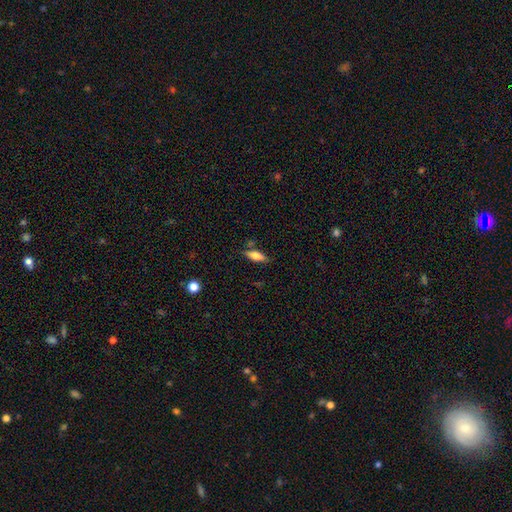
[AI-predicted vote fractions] A smooth galaxy with no disk features (63%) that is in between round and cigar-shaped (63%).

Vote fractions:
- Smooth or featured? smooth: 63% / featured or disk: 30% / star or artifact: 7%
- How rounded? in between: 63% / cigar-shaped: 34% / round: 3%
- Merging? none: 76% / minor disturbance: 14% / merger: 6% / major disturbance: 3%